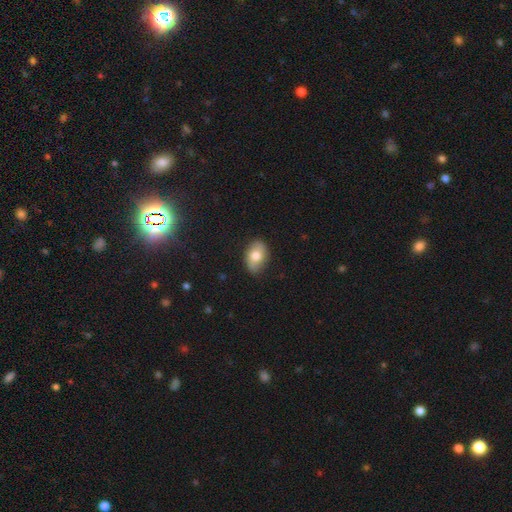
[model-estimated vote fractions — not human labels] A smooth galaxy with no disk features (73%) that is in between round and cigar-shaped (87%). Merging: none (82%).